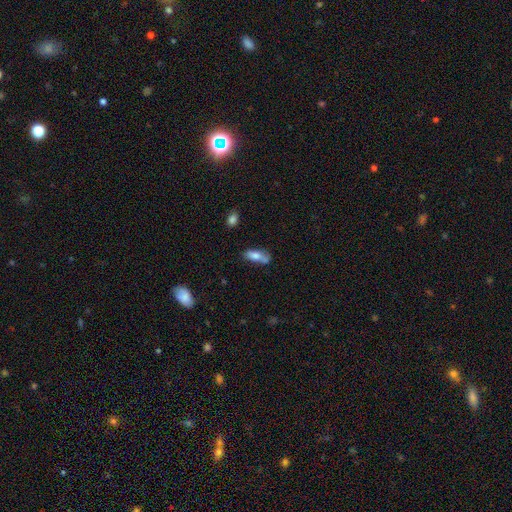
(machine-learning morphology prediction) Smooth or featured?
  - smooth: 74% *
  - featured or disk: 18%
  - star or artifact: 8%
How rounded?
  - in between: 74% *
  - cigar-shaped: 23%
  - round: 3%
Merging?
  - none: 49% *
  - minor disturbance: 27%
  - merger: 15%
  - major disturbance: 9%